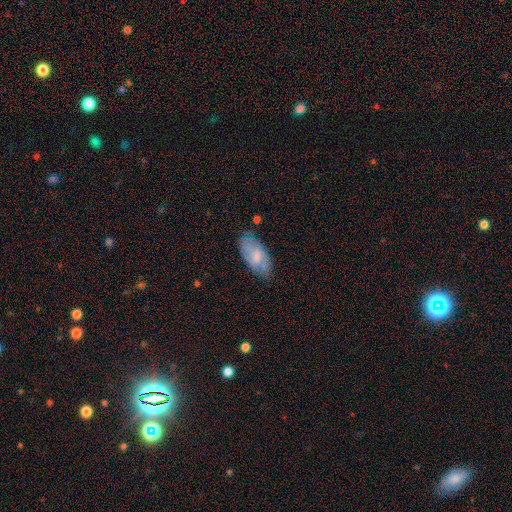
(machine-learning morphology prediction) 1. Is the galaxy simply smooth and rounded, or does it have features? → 60% smooth, 33% featured or disk, 7% star or artifact.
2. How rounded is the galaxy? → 92% in between, 5% cigar-shaped, 3% round.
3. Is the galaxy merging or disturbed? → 69% none, 23% minor disturbance, 5% major disturbance, 2% merger.